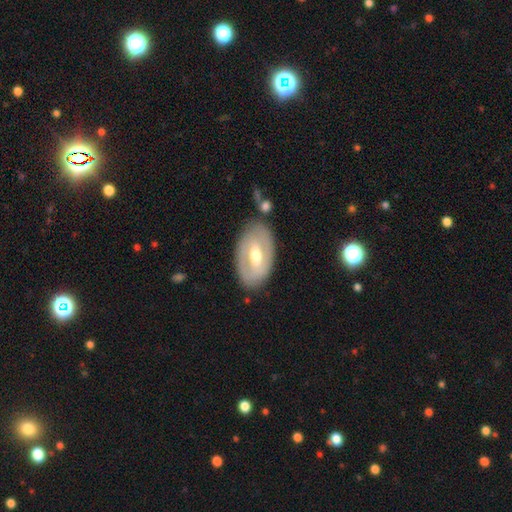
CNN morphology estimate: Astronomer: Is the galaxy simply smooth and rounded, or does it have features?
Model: featured or disk — 66%.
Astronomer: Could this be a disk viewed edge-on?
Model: no — 91%.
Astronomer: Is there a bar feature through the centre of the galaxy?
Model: weak — 42% (runner-up: strong, 35%).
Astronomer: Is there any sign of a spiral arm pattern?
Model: no — 59% (runner-up: yes, 41%).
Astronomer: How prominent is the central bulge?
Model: moderate — 71%.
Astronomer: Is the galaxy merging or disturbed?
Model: none — 79%.